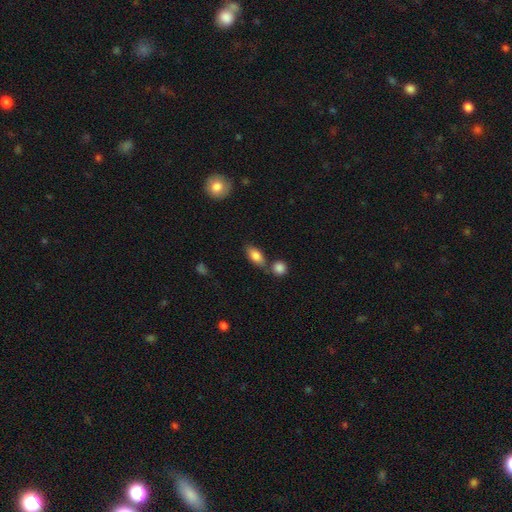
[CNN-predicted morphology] smooth-or-featured: smooth: 82% | featured or disk: 11% | star or artifact: 7%
  how-rounded: in between: 86% | cigar-shaped: 8% | round: 6%
  merging: none: 63% | merger: 20% | minor disturbance: 13% | major disturbance: 4%